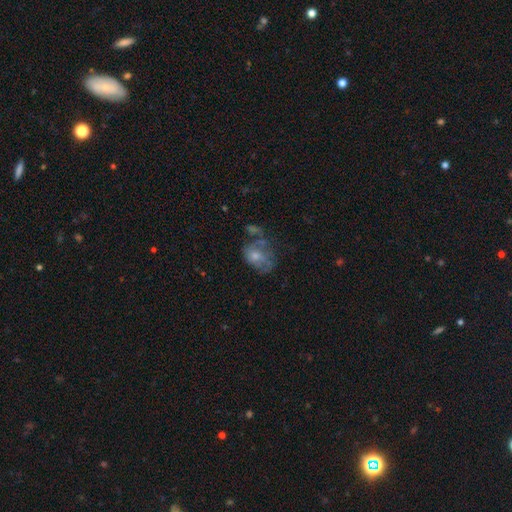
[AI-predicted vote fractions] featured or disk 48%, smooth 37%, star or artifact 15%. Down the decision tree: merging — none (41%).